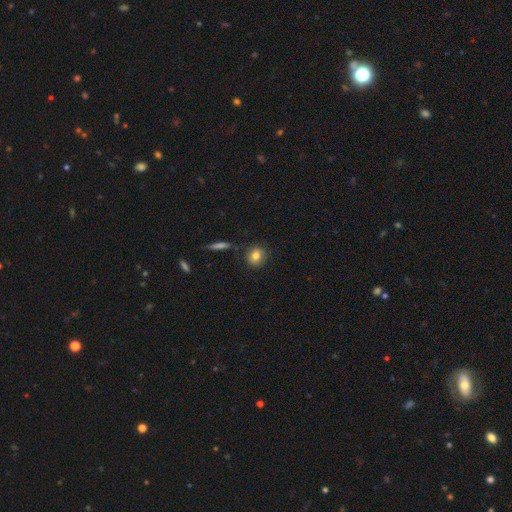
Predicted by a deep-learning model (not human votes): The model was most divided on "how rounded": round: 82%, in between: 16%, cigar-shaped: 2%. More confident: merging — none (84%); smooth or featured — smooth (80%).